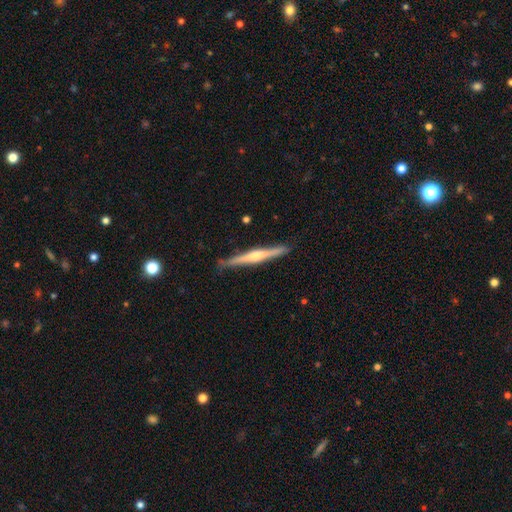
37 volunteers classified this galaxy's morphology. Smooth or featured?
  - featured or disk: 84% *
  - smooth: 14%
  - star or artifact: 3%
Edge-on disk?
  - yes: 100% *
  - no: 0%
Edge-on bulge?
  - rounded: 84% *
  - boxy: 13%
  - none: 3%
Merging?
  - none: 89% *
  - minor disturbance: 6%
  - merger: 6%
  - major disturbance: 0%